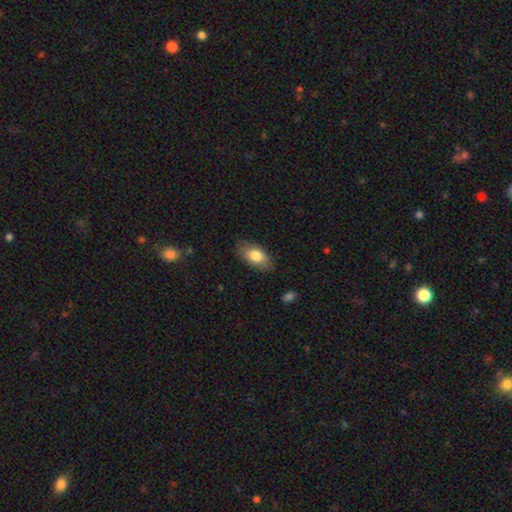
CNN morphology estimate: smooth-or-featured: smooth: 78% | featured or disk: 15% | star or artifact: 7%
  how-rounded: in between: 92% | round: 5% | cigar-shaped: 3%
  merging: none: 83% | minor disturbance: 13% | major disturbance: 3% | merger: 1%